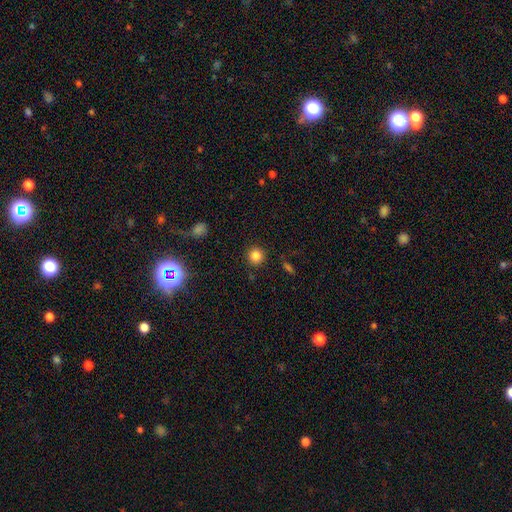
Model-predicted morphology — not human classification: A smooth galaxy with no disk features (83%) that is round (93%). Merging: none (90%).